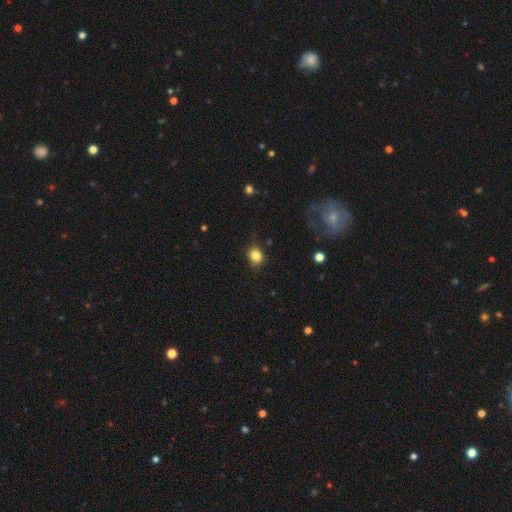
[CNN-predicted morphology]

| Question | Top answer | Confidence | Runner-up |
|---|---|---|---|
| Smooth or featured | smooth | 83% | star or artifact (11%) |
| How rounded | round | 71% | in between (28%) |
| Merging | none | 78% | minor disturbance (16%) |